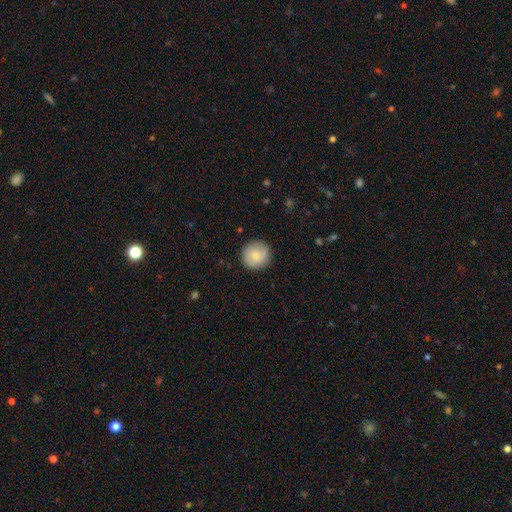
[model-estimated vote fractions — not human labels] This is likely a smooth galaxy (79%). How rounded: clearly round (94%). Merging: clearly none (89%).